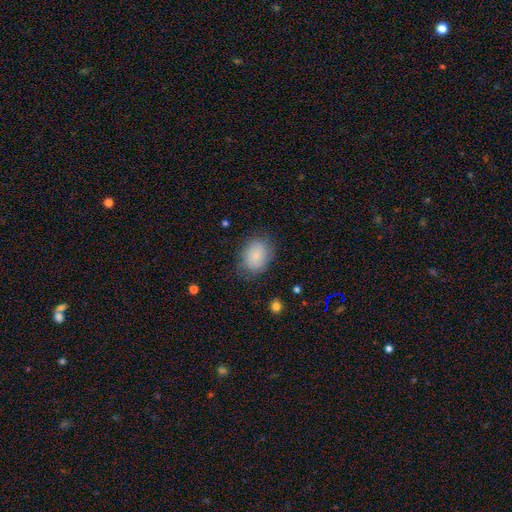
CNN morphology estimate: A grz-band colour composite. It shows a smooth galaxy with no disk features (78%) that is in between round and cigar-shaped (61%). Merging: none (76%).